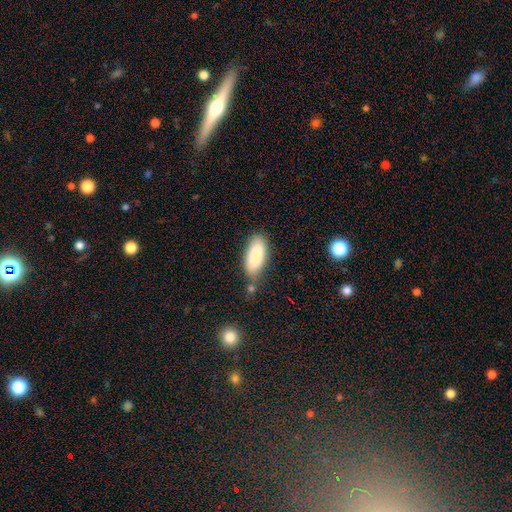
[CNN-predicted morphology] Smooth or featured? smooth (87%)
How rounded? in between (83%)
Merging? none (62%)